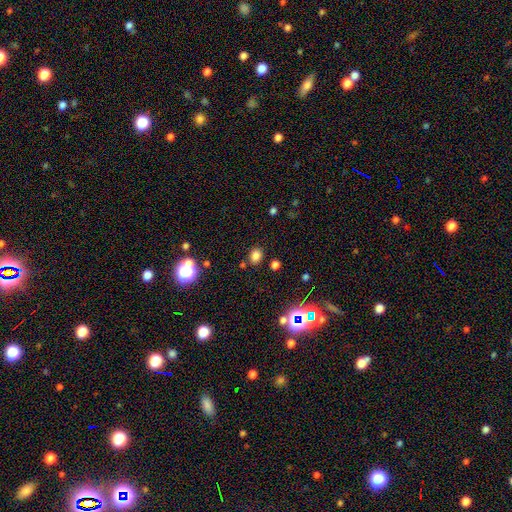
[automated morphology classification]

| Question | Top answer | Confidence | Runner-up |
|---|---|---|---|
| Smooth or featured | smooth | 75% | star or artifact (19%) |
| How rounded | round | 52% | in between (47%) |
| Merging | none | 80% | minor disturbance (11%) |